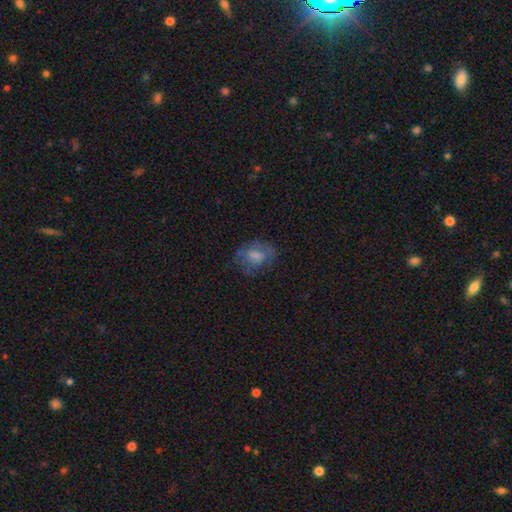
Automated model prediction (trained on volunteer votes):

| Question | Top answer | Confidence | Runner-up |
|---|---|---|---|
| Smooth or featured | smooth | 57% | featured or disk (32%) |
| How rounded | in between | 67% | round (31%) |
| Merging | none | 55% | minor disturbance (23%) |